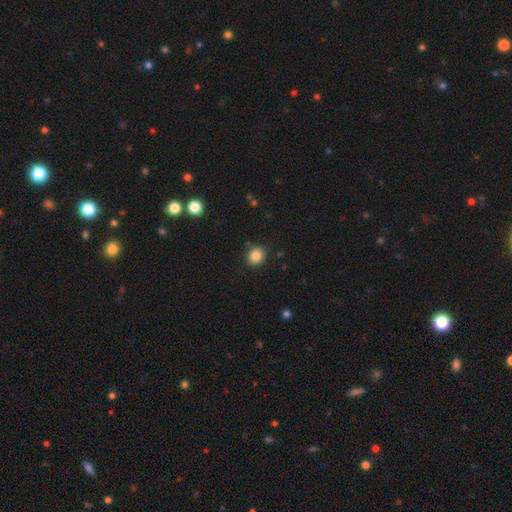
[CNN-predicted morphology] smooth 85%, star or artifact 11%, featured or disk 4%. Down the decision tree: how rounded — round (75%); merging — none (86%).